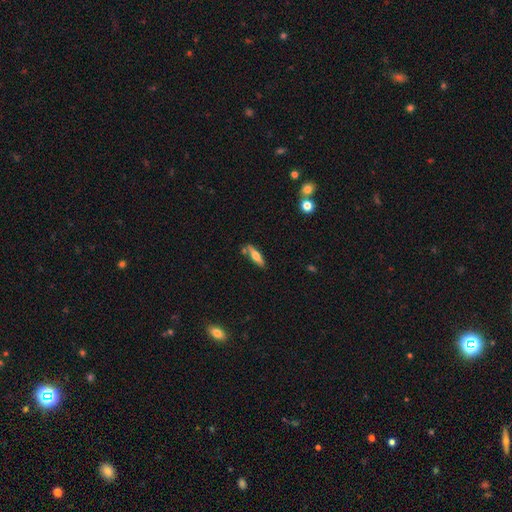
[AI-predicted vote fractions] smooth 52%, featured or disk 42%, star or artifact 6%. Down the decision tree: how rounded — cigar-shaped (64%); merging — none (74%).